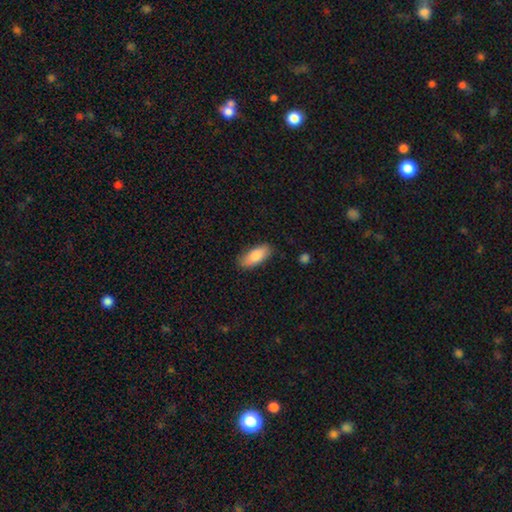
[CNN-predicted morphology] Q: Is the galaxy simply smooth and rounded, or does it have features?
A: smooth — 85%.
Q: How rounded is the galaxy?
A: in between — 82%.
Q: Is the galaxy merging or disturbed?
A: none — 83%.